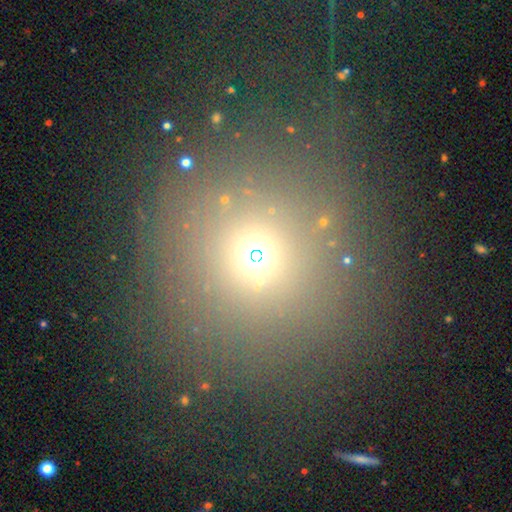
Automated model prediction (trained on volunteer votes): Smooth or featured? smooth (60%)
How rounded? round (80%)
Merging? none (80%)